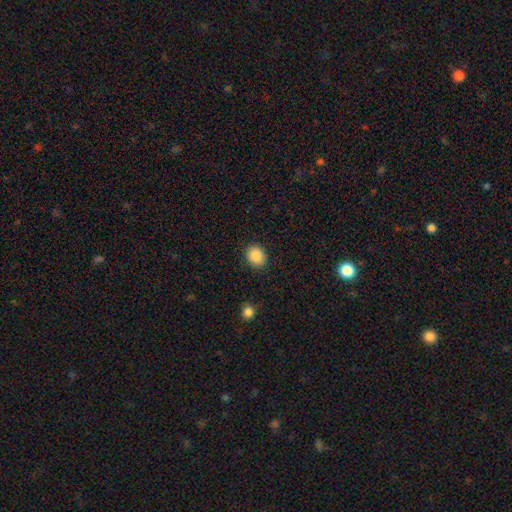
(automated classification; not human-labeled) This is clearly a smooth galaxy (86%). How rounded: possibly round (59%). Merging: clearly none (89%).